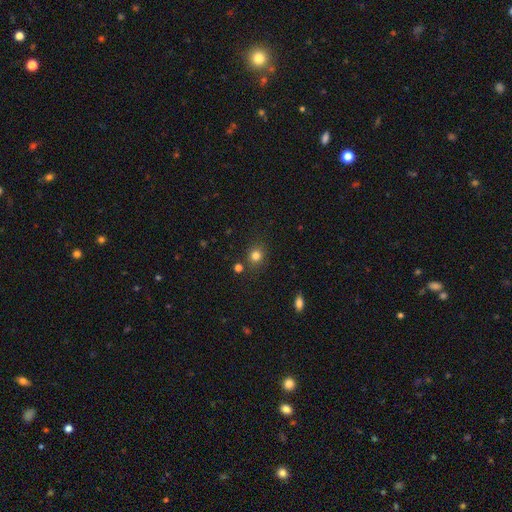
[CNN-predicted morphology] smooth-or-featured: smooth: 80% | star or artifact: 14% | featured or disk: 6%
  how-rounded: round: 79% | in between: 20% | cigar-shaped: 1%
  merging: none: 81% | minor disturbance: 10% | merger: 5% | major disturbance: 3%